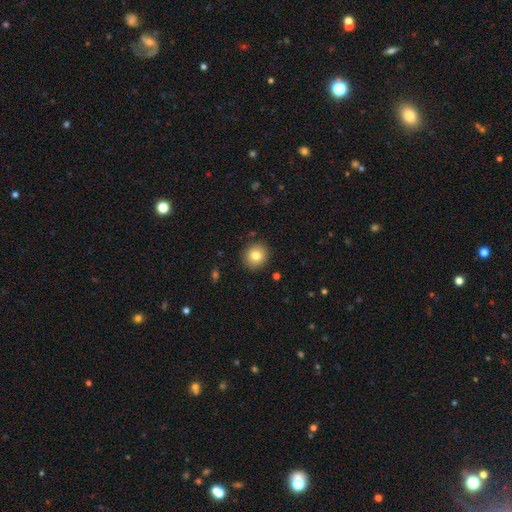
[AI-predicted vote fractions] Smooth or featured? smooth (81%)
How rounded? round (90%)
Merging? none (90%)